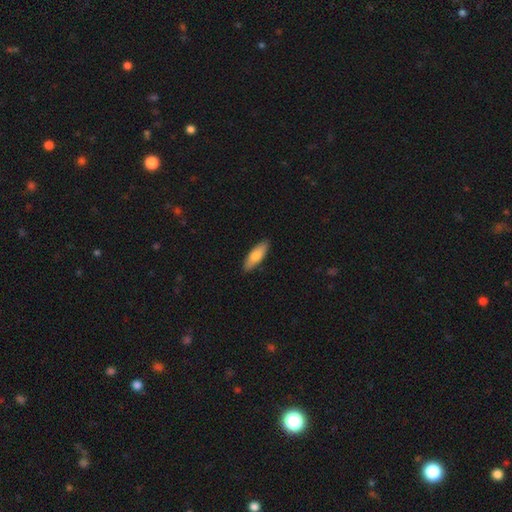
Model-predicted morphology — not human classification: This is likely a smooth galaxy (77%). How rounded: possibly in between (55%). Merging: clearly none (88%).